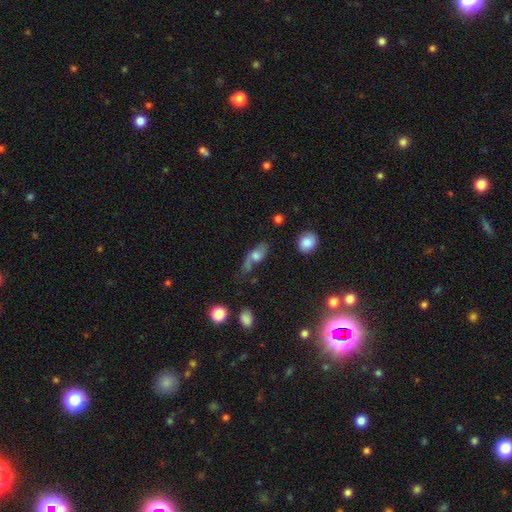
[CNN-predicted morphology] smooth-or-featured: smooth: 48% | featured or disk: 41% | star or artifact: 10%
  merging: none: 44% | minor disturbance: 28% | major disturbance: 21% | merger: 7%